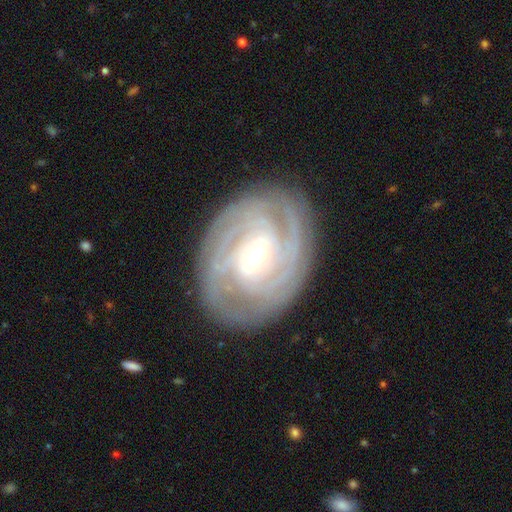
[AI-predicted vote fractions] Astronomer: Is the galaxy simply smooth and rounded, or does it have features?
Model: featured or disk — 86%.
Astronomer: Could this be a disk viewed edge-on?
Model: no — 96%.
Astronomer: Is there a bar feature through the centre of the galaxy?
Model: weak — 45% (runner-up: no, 31%).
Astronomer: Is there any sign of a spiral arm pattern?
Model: yes — 95%.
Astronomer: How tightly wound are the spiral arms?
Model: tight — 79%.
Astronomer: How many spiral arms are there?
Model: can't tell — 29% (runner-up: 3, 22%).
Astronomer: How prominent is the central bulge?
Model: moderate — 67%.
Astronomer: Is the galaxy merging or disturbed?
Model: none — 83%.